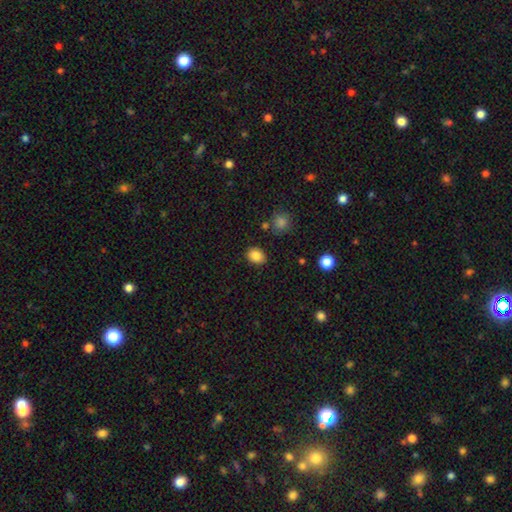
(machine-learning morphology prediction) Smooth or featured: smooth — 85% (star or artifact — 9%)
How rounded: in between — 59% (round — 40%)
Merging: none — 86% (minor disturbance — 9%)